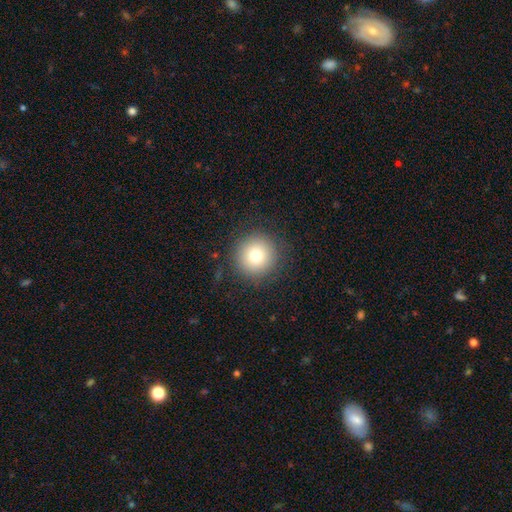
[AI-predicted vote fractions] This appears to be a smooth galaxy with no disk features (77%) that is round (95%). Merging: none (89%).